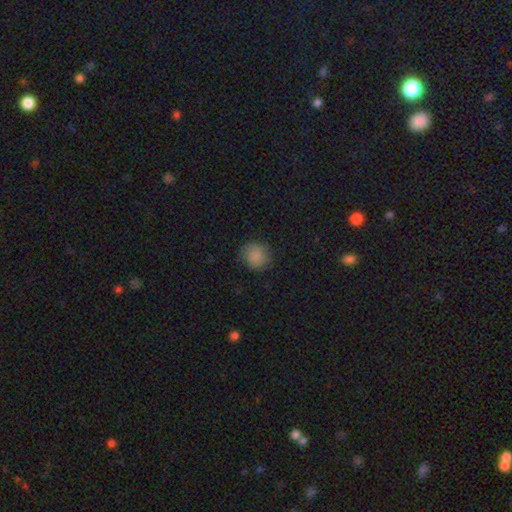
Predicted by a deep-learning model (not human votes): Q: Smooth or featured?
A: smooth (86%); runner-up: star or artifact (9%)
Q: How rounded?
A: round (88%); runner-up: in between (11%)
Q: Merging?
A: none (83%); runner-up: minor disturbance (13%)